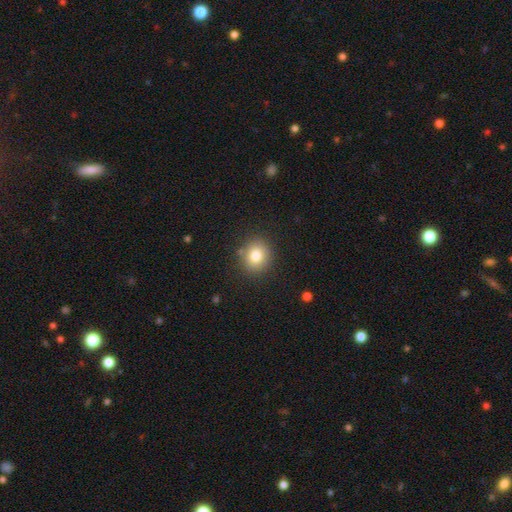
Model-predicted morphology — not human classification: This appears to be a smooth galaxy with no disk features (80%) that is round (77%). Merging: none (86%).